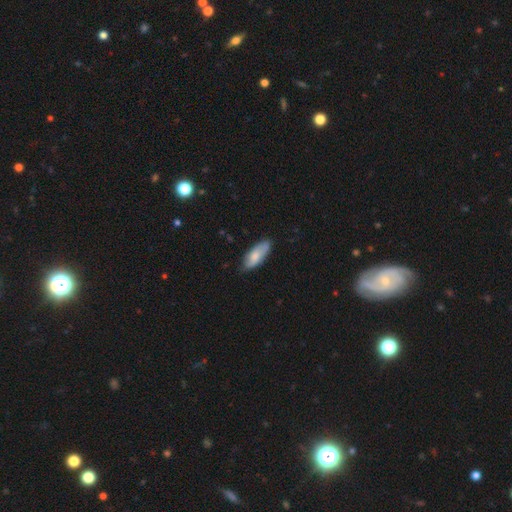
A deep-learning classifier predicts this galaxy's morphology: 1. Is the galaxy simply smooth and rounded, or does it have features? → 72% smooth, 22% featured or disk, 6% star or artifact.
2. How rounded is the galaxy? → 78% in between, 21% cigar-shaped, 2% round.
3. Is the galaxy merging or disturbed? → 73% none, 22% minor disturbance, 4% major disturbance, 2% merger.